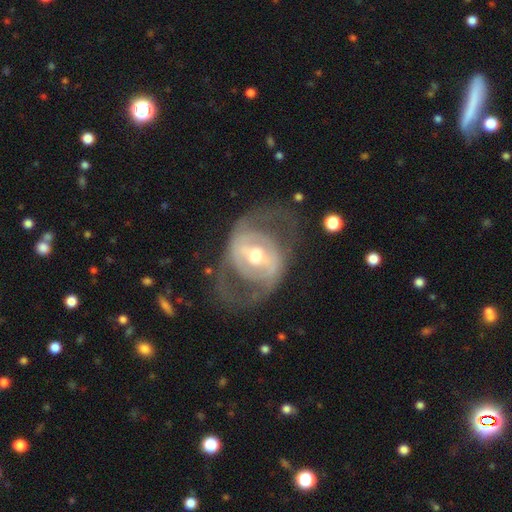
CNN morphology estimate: smooth-or-featured: featured or disk: 80% | smooth: 15% | star or artifact: 5%
  disk-edge-on: no: 95% | yes: 5%
    bar: strong: 38% | weak: 36% | no: 26%
    has-spiral-arms: yes: 61% | no: 39%
    bulge-size: moderate: 71% | small: 15% | large: 12% | dominant: 1% | none: 1%
  merging: none: 64% | major disturbance: 19% | minor disturbance: 15% | merger: 2%